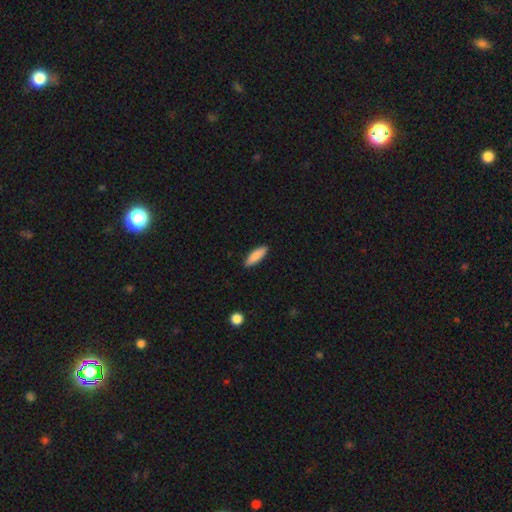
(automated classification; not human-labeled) The model was most divided on "how rounded": cigar-shaped: 52%, in between: 46%, round: 2%. More confident: merging — none (89%); smooth or featured — smooth (86%).